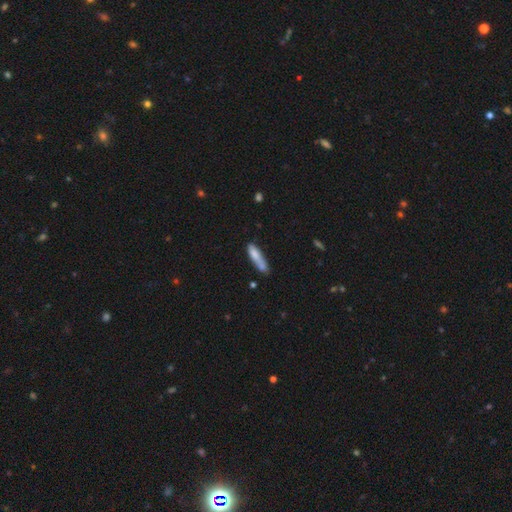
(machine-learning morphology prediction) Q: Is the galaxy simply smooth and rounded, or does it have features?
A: smooth — 75%.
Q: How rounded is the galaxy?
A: cigar-shaped — 79%.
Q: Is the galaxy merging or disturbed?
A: none — 48%.